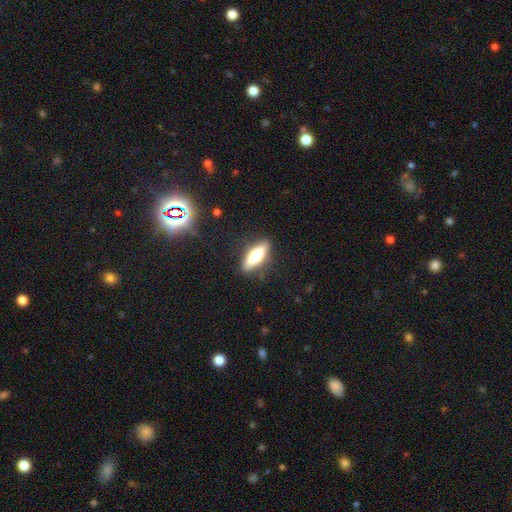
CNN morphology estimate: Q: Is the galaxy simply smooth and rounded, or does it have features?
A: smooth — 55%.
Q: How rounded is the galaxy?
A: cigar-shaped — 53%.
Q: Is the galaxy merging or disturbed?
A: none — 87%.